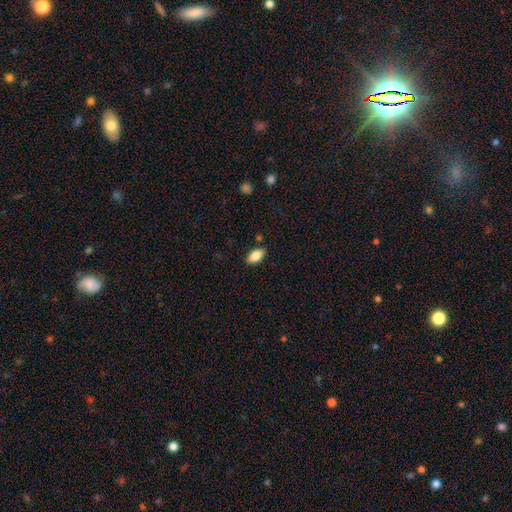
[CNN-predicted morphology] Smooth or featured?
  - smooth: 81% *
  - featured or disk: 12%
  - star or artifact: 7%
How rounded?
  - in between: 90% *
  - cigar-shaped: 6%
  - round: 4%
Merging?
  - none: 86% *
  - minor disturbance: 10%
  - major disturbance: 2%
  - merger: 2%